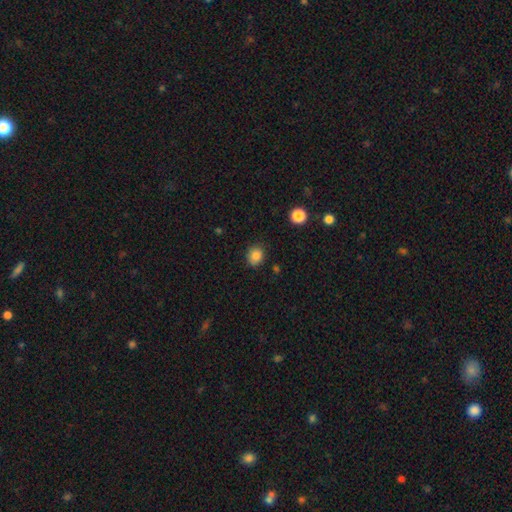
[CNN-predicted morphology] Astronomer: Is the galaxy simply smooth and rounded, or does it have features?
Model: smooth — 85%.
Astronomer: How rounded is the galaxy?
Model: round — 63%.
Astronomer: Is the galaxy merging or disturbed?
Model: none — 84%.